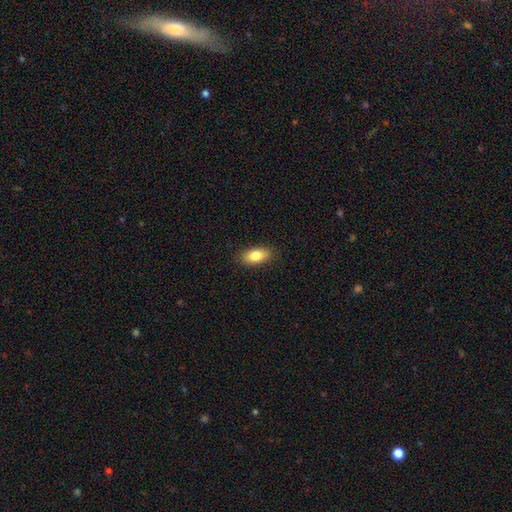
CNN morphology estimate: The model was most divided on "smooth or featured": smooth: 82%, featured or disk: 10%, star or artifact: 7%. More confident: how rounded — in between (88%); merging — none (87%).